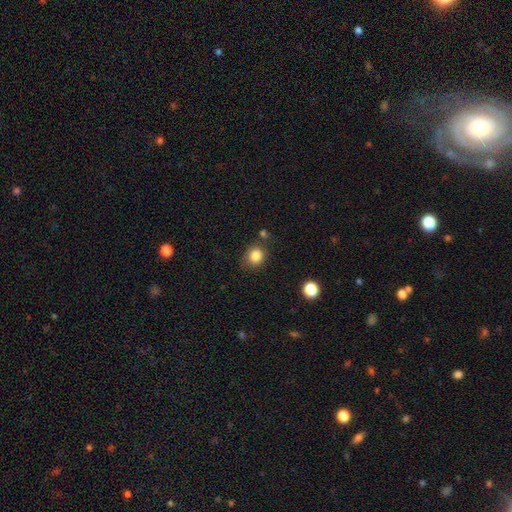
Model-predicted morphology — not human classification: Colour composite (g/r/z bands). It shows a smooth galaxy with no disk features (84%) that is round (74%). Merging: none (74%).